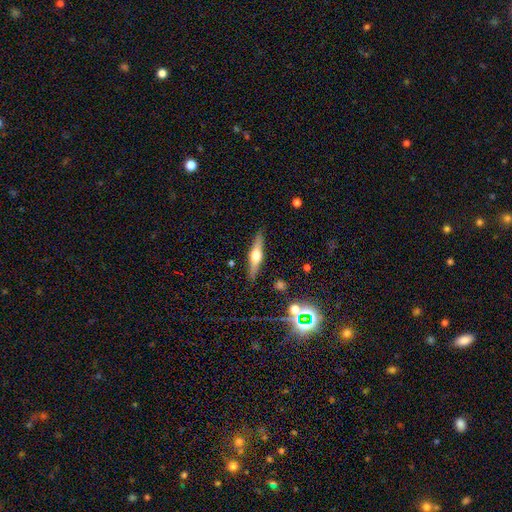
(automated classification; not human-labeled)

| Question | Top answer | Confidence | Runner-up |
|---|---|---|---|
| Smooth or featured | featured or disk | 63% | smooth (30%) |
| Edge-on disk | yes | 95% | no (5%) |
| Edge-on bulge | rounded | 94% | boxy (4%) |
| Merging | none | 89% | minor disturbance (8%) |